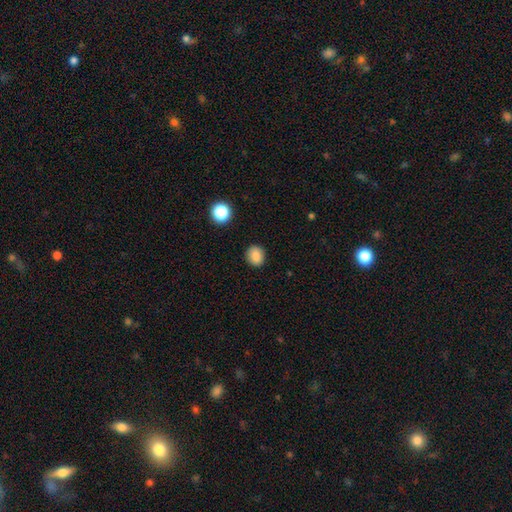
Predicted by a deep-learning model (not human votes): smooth_or_featured: smooth (p=0.85) [alt: star or artifact p=0.10]
how_rounded: round (p=0.72) [alt: in between p=0.27]
merging: none (p=0.89) [alt: minor disturbance p=0.08]